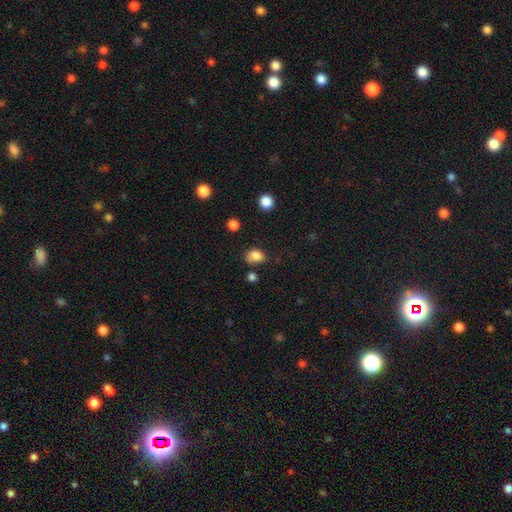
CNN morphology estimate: A smooth galaxy with no disk features (84%) that is in between round and cigar-shaped (67%).

Vote fractions:
- Smooth or featured? smooth: 84% / star or artifact: 11% / featured or disk: 6%
- How rounded? in between: 67% / round: 32% / cigar-shaped: 1%
- Merging? none: 59% / minor disturbance: 27% / major disturbance: 8% / merger: 7%